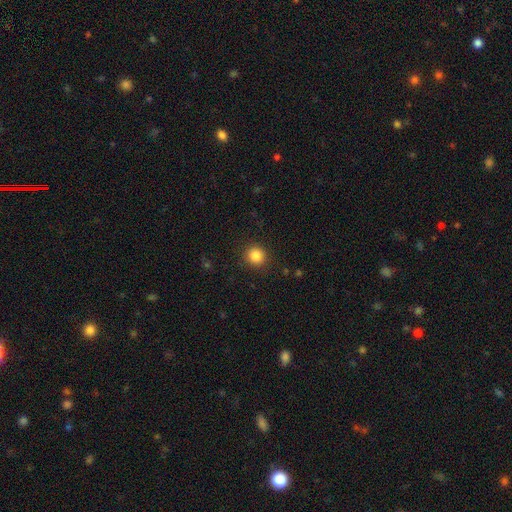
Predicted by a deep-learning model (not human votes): This is clearly a smooth galaxy (85%). How rounded: clearly round (91%). Merging: clearly none (91%).